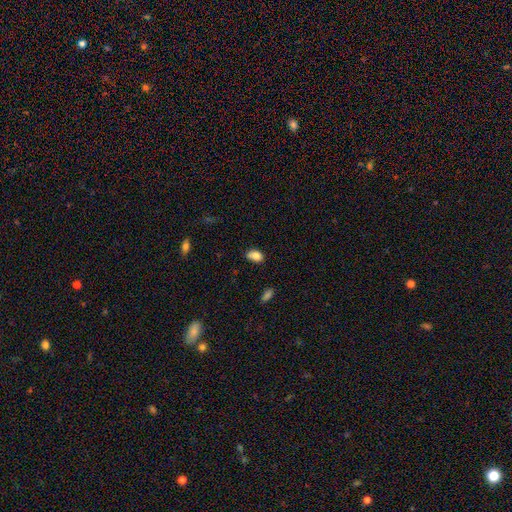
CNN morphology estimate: Smooth or featured?
  - smooth: 83% *
  - star or artifact: 9%
  - featured or disk: 8%
How rounded?
  - in between: 86% *
  - round: 12%
  - cigar-shaped: 2%
Merging?
  - none: 65% *
  - minor disturbance: 25%
  - merger: 5%
  - major disturbance: 5%